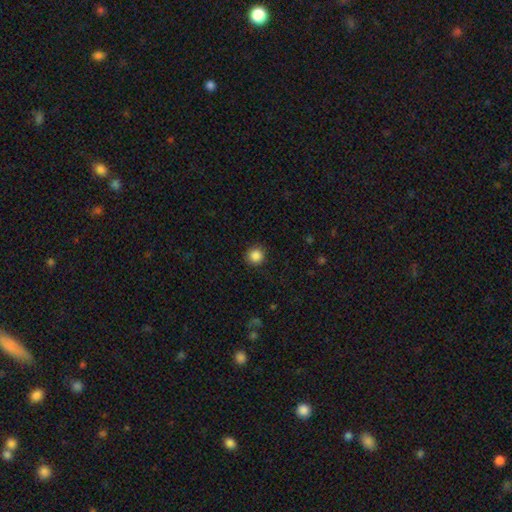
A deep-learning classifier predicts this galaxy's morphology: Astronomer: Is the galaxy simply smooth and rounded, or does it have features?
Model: smooth — 87%.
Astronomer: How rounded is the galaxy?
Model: round — 94%.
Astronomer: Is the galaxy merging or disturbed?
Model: none — 90%.